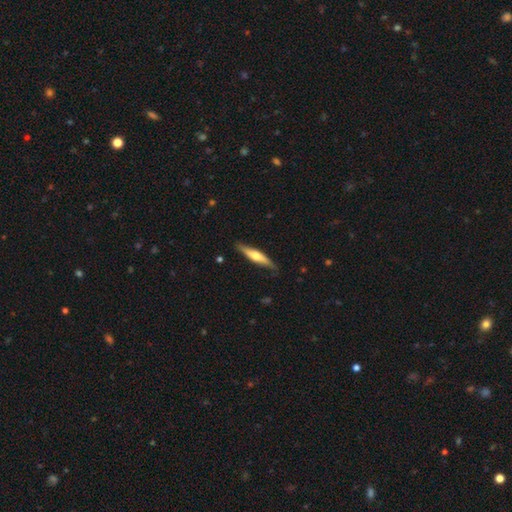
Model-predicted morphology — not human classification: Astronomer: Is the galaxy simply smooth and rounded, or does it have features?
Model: featured or disk — 48% (runner-up: smooth, 47%).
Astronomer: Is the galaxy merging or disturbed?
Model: none — 84%.